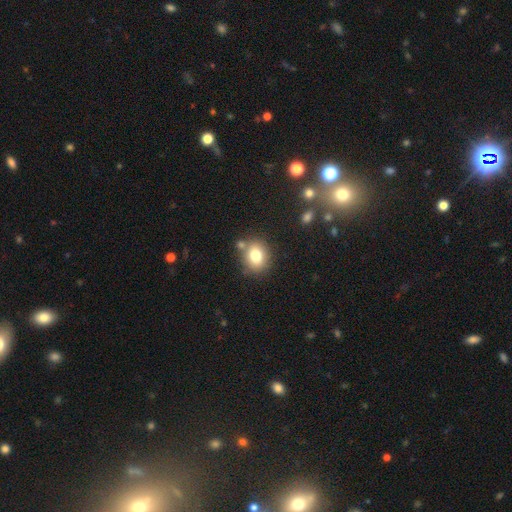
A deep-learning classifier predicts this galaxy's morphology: A smooth galaxy with no disk features (79%) that is round (61%). Merging: none (73%).